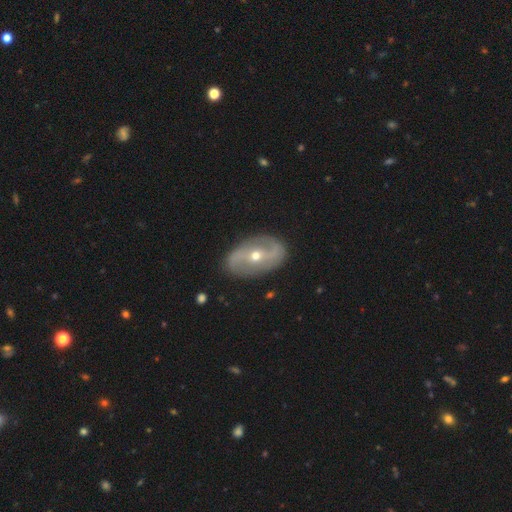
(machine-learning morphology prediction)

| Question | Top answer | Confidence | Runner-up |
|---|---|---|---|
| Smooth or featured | featured or disk | 79% | smooth (15%) |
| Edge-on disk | no | 93% | yes (7%) |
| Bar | no | 35% | weak (33%) |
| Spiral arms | yes | 76% | no (24%) |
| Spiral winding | loose | 46% | medium (34%) |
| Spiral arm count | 2 | 88% | can't tell (7%) |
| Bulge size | moderate | 51% | small (45%) |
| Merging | none | 84% | minor disturbance (11%) |